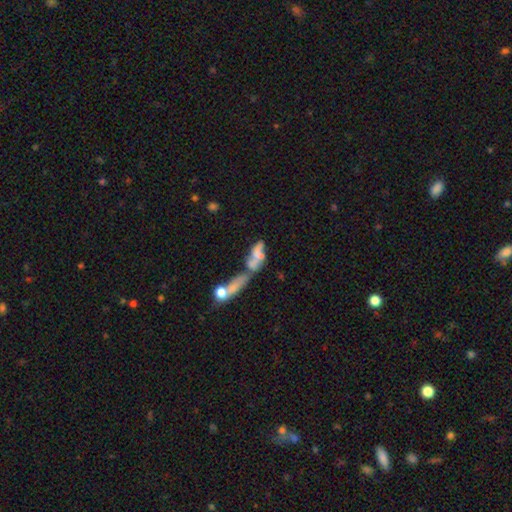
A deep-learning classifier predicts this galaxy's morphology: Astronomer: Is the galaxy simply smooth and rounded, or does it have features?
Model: smooth — 47% (runner-up: featured or disk, 40%).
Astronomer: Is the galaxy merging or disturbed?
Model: merger — 58%.